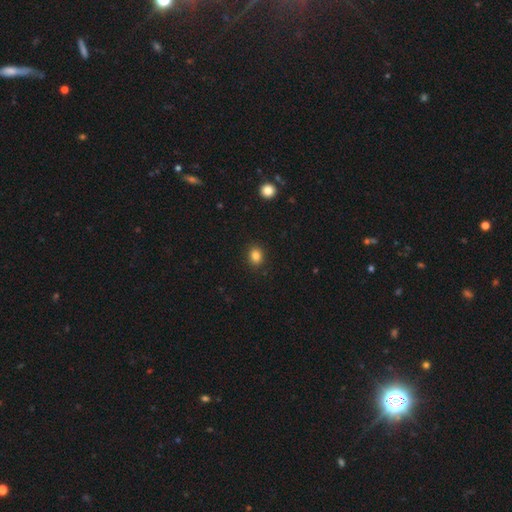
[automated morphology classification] Smooth or featured? Predicted: smooth (p=0.84). How rounded? Predicted: round (p=0.58). Merging? Predicted: none (p=0.90).